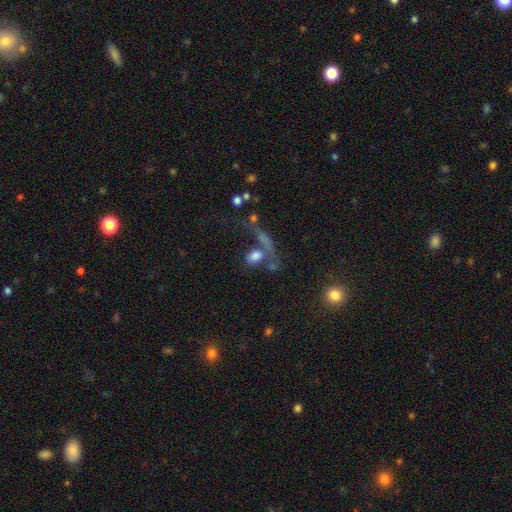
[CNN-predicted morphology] Overall: smooth (74%). How rounded: in between (65%; round 30%). Merging: none (41%; merger 31%).